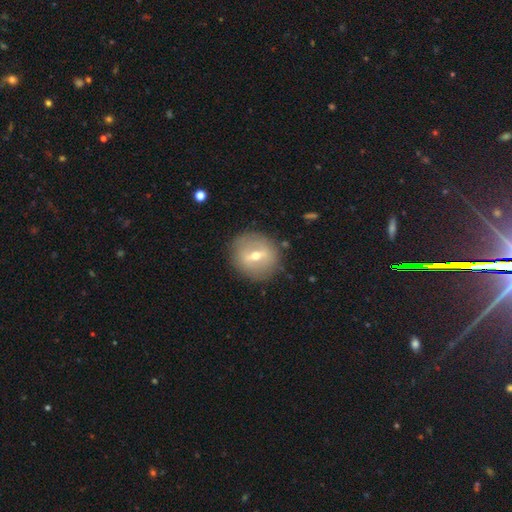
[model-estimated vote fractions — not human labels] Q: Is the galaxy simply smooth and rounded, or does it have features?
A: featured or disk — 58%.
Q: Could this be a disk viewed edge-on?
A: no — 82%.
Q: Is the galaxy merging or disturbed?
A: none — 85%.